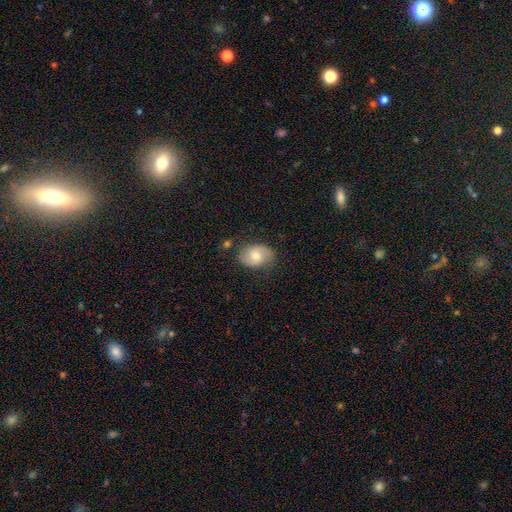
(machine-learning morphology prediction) The model was most divided on "smooth or featured": featured or disk: 49%, smooth: 43%, star or artifact: 8%. More confident: merging — none (73%).